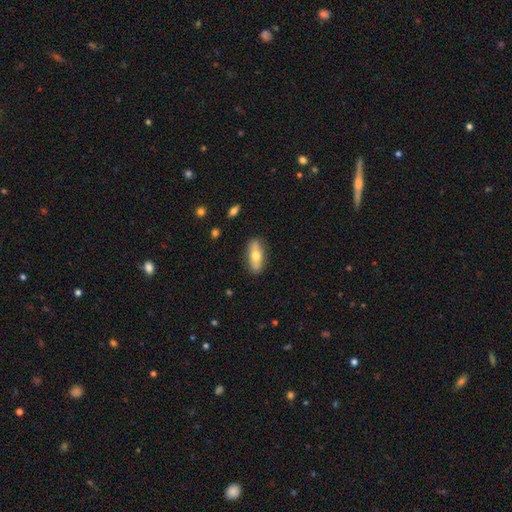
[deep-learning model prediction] smooth_or_featured: smooth (p=0.59) [alt: featured or disk p=0.35]
how_rounded: in between (p=0.74) [alt: cigar-shaped p=0.22]
merging: none (p=0.85) [alt: minor disturbance p=0.11]